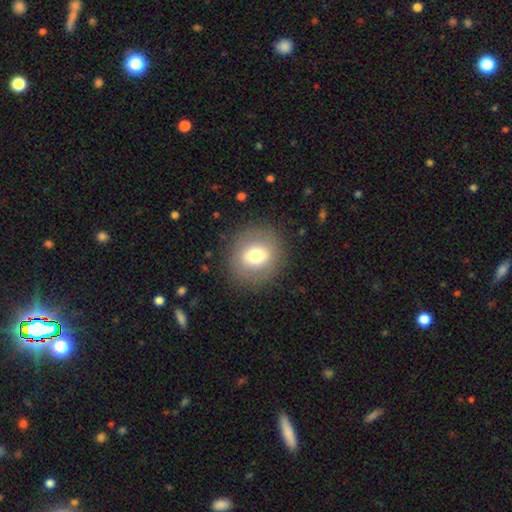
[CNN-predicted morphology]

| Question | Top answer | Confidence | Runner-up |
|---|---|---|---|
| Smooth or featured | smooth | 69% | featured or disk (21%) |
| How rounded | round | 83% | in between (16%) |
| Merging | none | 87% | minor disturbance (8%) |